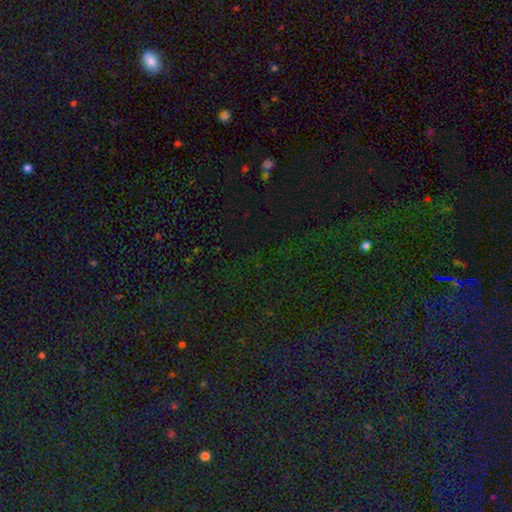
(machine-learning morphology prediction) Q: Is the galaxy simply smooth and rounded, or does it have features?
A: star or artifact — 79%.